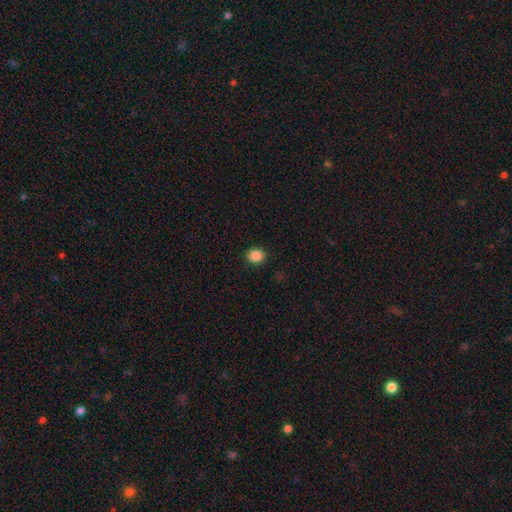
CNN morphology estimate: A smooth galaxy with no disk features (87%) that is round (64%).

Vote fractions:
- Smooth or featured? smooth: 87% / star or artifact: 10% / featured or disk: 3%
- How rounded? round: 64% / in between: 35% / cigar-shaped: 1%
- Merging? none: 91% / minor disturbance: 6% / major disturbance: 2% / merger: 1%